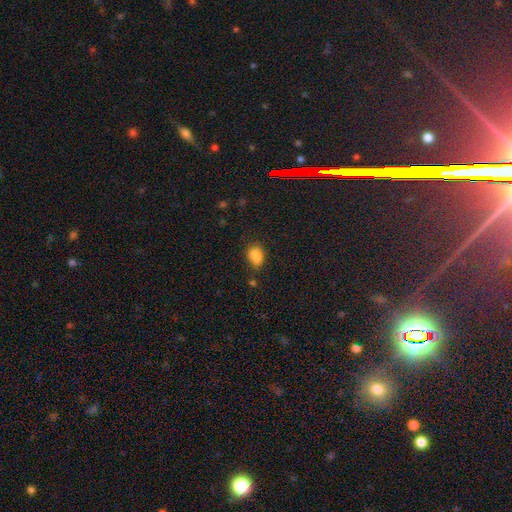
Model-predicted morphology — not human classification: The model was most divided on "merging": none: 56%, minor disturbance: 28%, major disturbance: 8%, merger: 7%. More confident: smooth or featured — smooth (83%); how rounded — in between (77%).